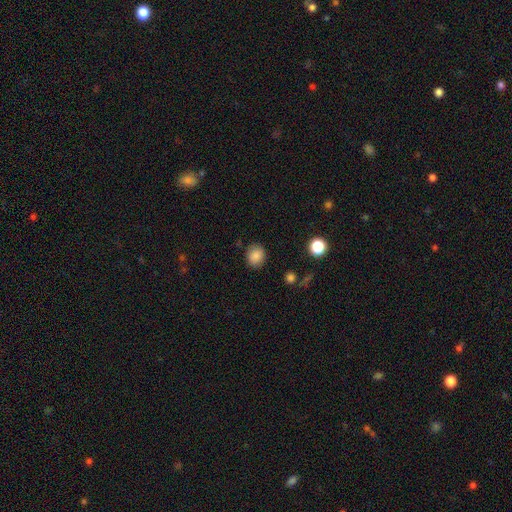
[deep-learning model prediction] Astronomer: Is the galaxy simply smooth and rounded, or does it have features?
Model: smooth — 86%.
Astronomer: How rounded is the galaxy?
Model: round — 72%.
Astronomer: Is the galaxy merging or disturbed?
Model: none — 85%.